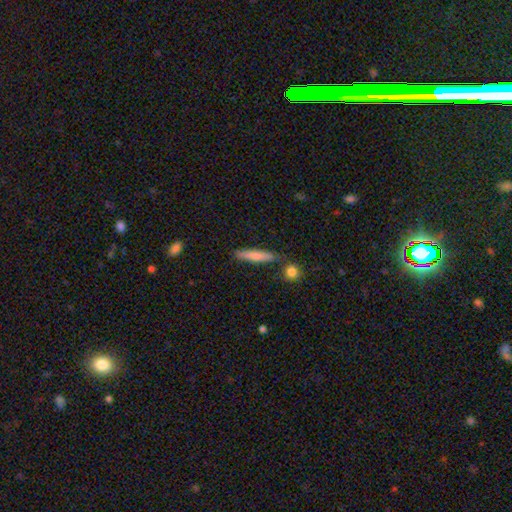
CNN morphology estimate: The model was most divided on "smooth or featured": smooth: 75%, featured or disk: 19%, star or artifact: 6%. More confident: how rounded — cigar-shaped (88%); merging — none (81%).